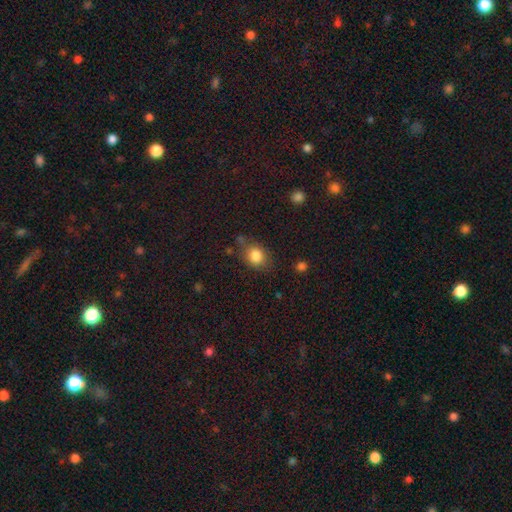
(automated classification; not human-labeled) A smooth galaxy with no disk features (83%) that is round (50%).

Vote fractions:
- Smooth or featured? smooth: 83% / star or artifact: 10% / featured or disk: 7%
- How rounded? round: 50% / in between: 49% / cigar-shaped: 1%
- Merging? none: 70% / minor disturbance: 19% / major disturbance: 6% / merger: 5%